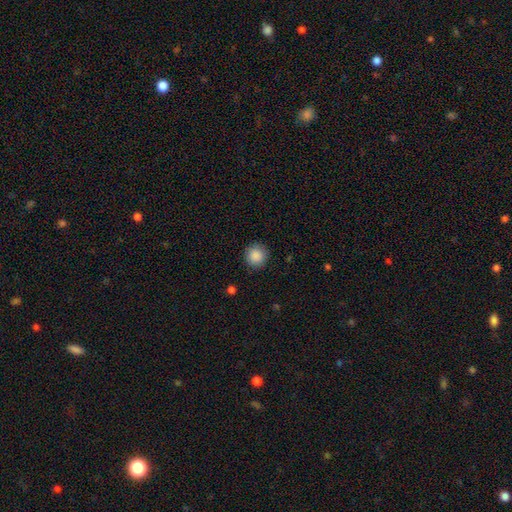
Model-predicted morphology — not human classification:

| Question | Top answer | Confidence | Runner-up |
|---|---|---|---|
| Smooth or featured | smooth | 88% | star or artifact (9%) |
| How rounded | round | 93% | in between (6%) |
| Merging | none | 89% | minor disturbance (8%) |